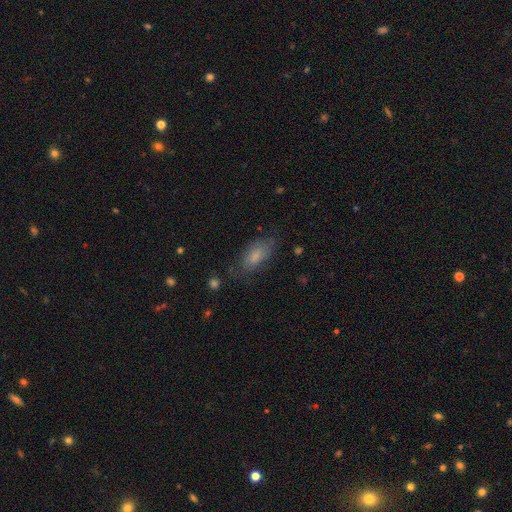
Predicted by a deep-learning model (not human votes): smooth_or_featured: smooth (p=0.74) [alt: featured or disk p=0.17]
how_rounded: in between (p=0.84) [alt: cigar-shaped p=0.13]
merging: none (p=0.67) [alt: minor disturbance p=0.22]